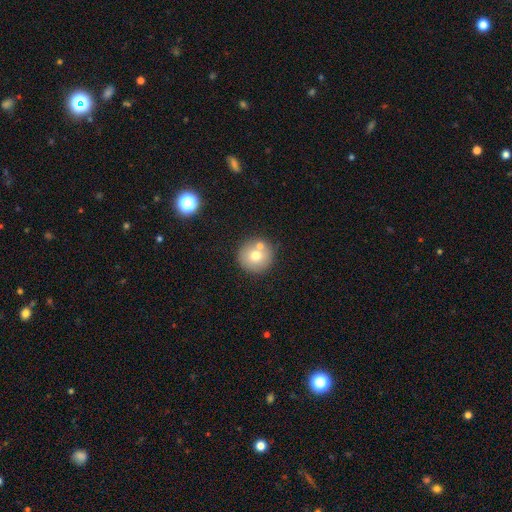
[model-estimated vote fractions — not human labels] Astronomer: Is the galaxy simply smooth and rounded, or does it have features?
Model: smooth — 70%.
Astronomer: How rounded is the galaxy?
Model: round — 95%.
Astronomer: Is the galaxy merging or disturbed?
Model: none — 72%.